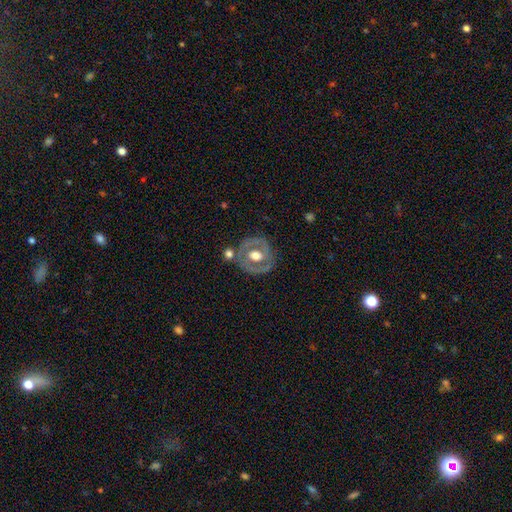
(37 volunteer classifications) Volunteers were most divided on "bar": no: 55%, weak: 45%, strong: 0%. More confident: edge-on disk — no (91%); spiral arms — yes (65%); spiral winding — tight (62%); bulge size — moderate (60%); smooth or featured — featured or disk (59%); merging — none (57%); spiral arm count — 2 (54%).